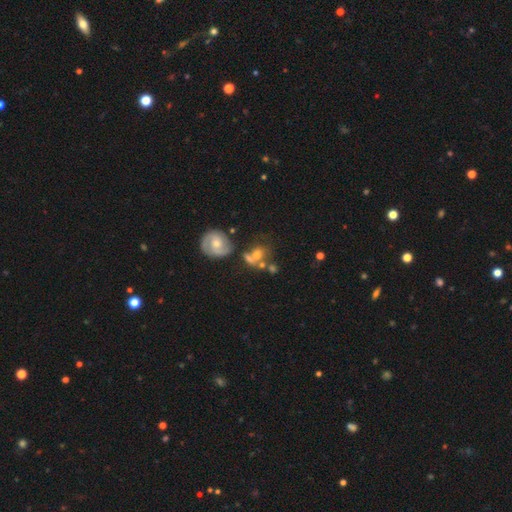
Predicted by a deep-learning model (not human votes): This appears to be a smooth galaxy with no disk features (49%). Merging: none (37%).